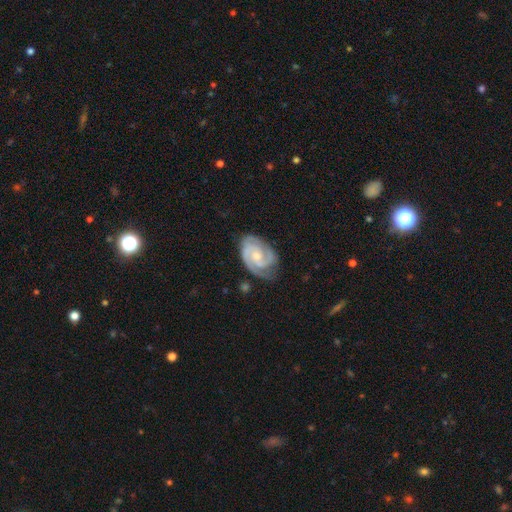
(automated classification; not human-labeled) featured or disk 90%, smooth 6%, star or artifact 4%. Down the decision tree: edge-on disk — no (98%); bar — no (60%); spiral arms — yes (98%); spiral arm count — 2 (61%); spiral winding — tight (59%); bulge size — small (54%); merging — none (73%).